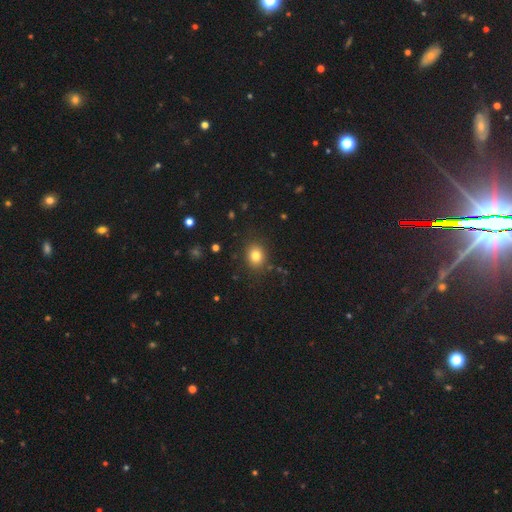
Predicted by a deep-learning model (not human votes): This appears to be a smooth galaxy with no disk features (80%) that is round (66%). Merging: none (88%).